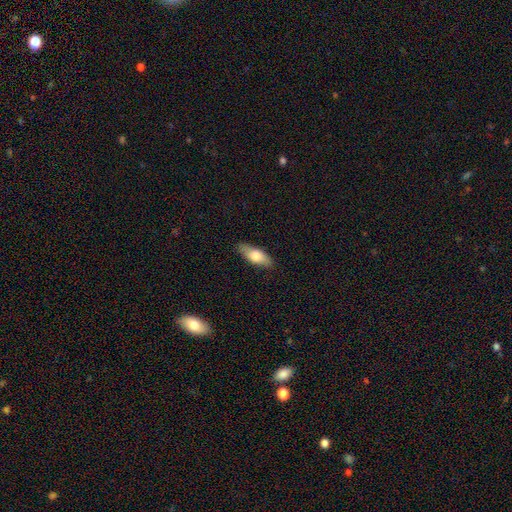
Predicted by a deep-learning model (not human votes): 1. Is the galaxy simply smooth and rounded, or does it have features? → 71% smooth, 23% featured or disk, 6% star or artifact.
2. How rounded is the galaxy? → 72% in between, 25% cigar-shaped, 3% round.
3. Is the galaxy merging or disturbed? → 85% none, 12% minor disturbance, 2% major disturbance, 1% merger.